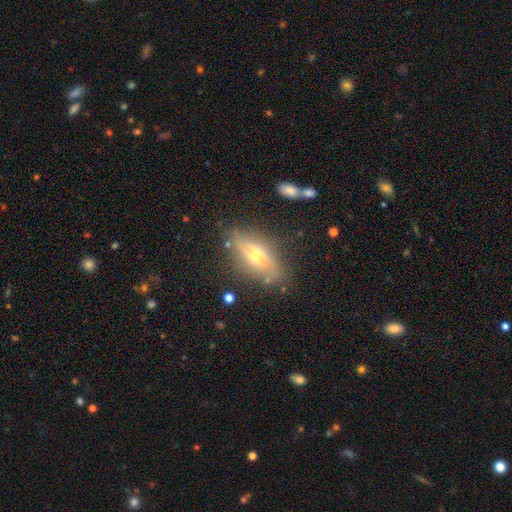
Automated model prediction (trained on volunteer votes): Overall: featured or disk (54%; smooth 38%). Edge-on disk: yes (69%; no 31%). Merging: none (74%).